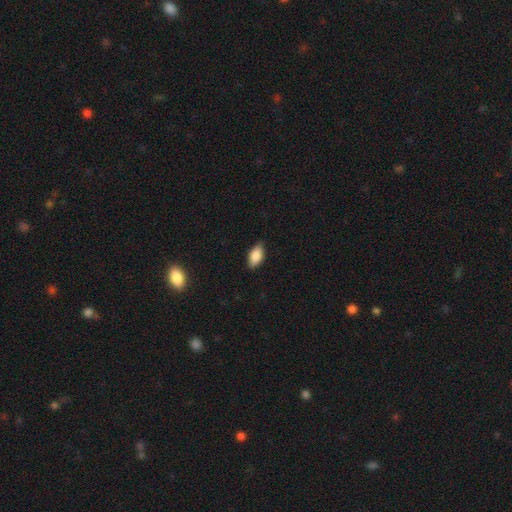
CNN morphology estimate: Smooth or featured? smooth (85%)
How rounded? in between (91%)
Merging? none (83%)